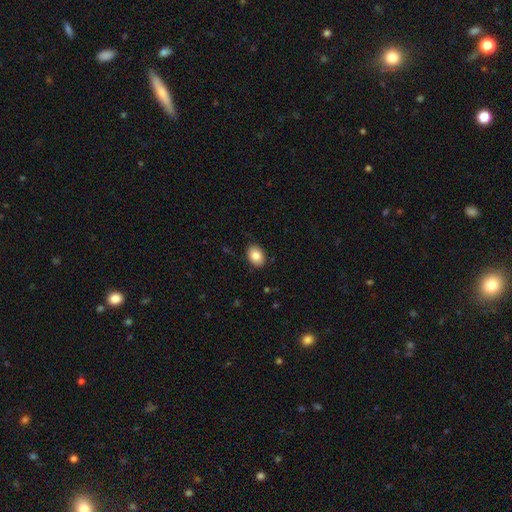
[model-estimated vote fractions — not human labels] This appears to be a smooth galaxy with no disk features (84%) that is in between round and cigar-shaped (77%). Merging: none (86%).